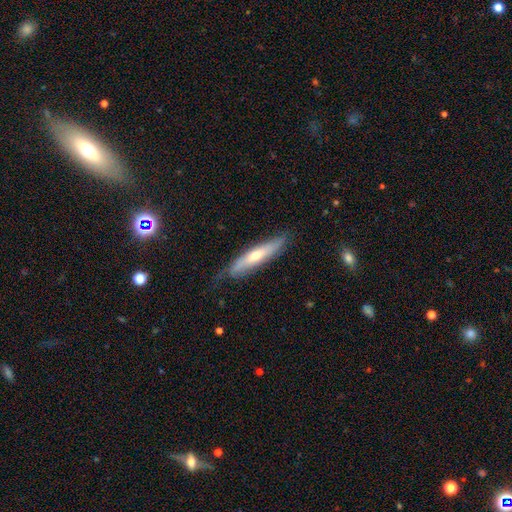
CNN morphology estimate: featured or disk 51%, smooth 43%, star or artifact 6%. Down the decision tree: edge-on disk — yes (72%); merging — none (71%).